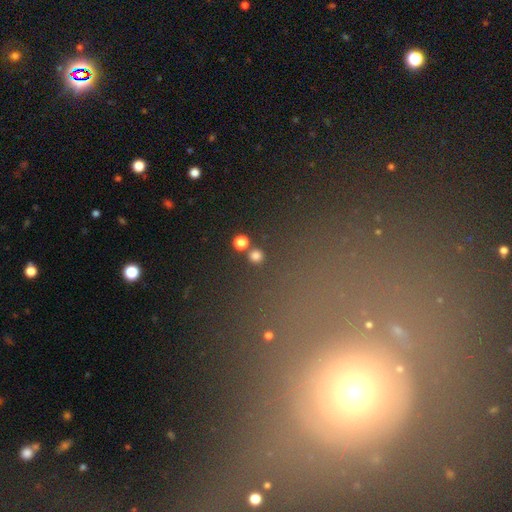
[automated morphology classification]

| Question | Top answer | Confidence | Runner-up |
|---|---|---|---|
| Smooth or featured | smooth | 80% | star or artifact (16%) |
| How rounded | round | 93% | in between (6%) |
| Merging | none | 85% | merger (8%) |